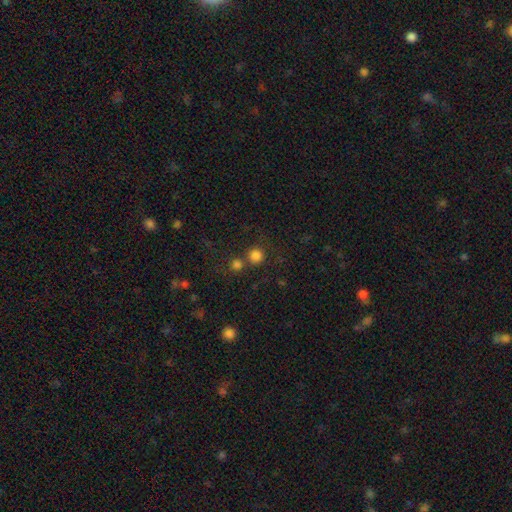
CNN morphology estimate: smooth 80%, star or artifact 15%, featured or disk 5%. Down the decision tree: how rounded — round (93%); merging — none (65%).